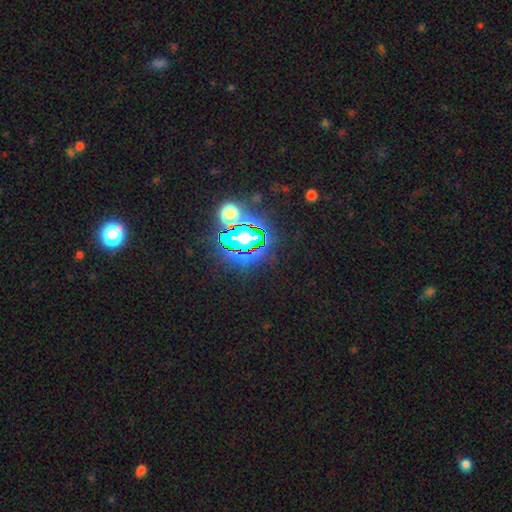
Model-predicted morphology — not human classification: A star or artifact, not a galaxy (81%).